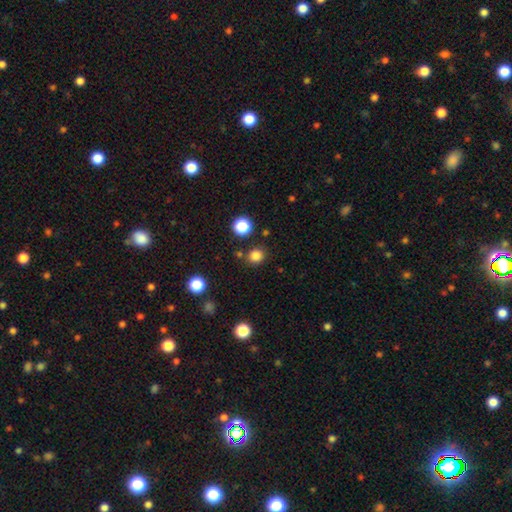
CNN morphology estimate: Smooth or featured? smooth (82%)
How rounded? round (86%)
Merging? none (84%)